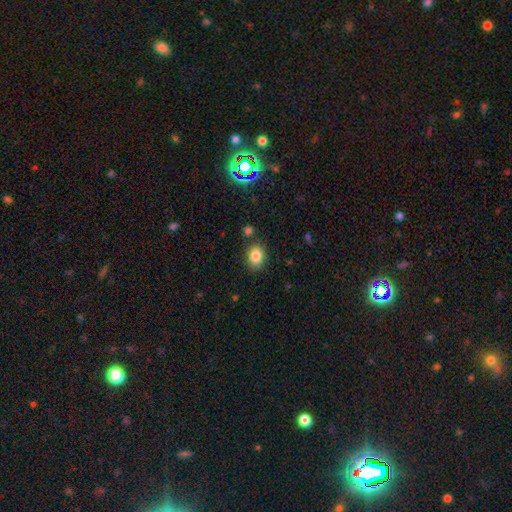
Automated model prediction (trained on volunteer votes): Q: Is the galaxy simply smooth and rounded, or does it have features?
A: smooth — 85%.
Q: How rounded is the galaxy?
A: in between — 64%.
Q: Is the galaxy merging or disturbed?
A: none — 82%.